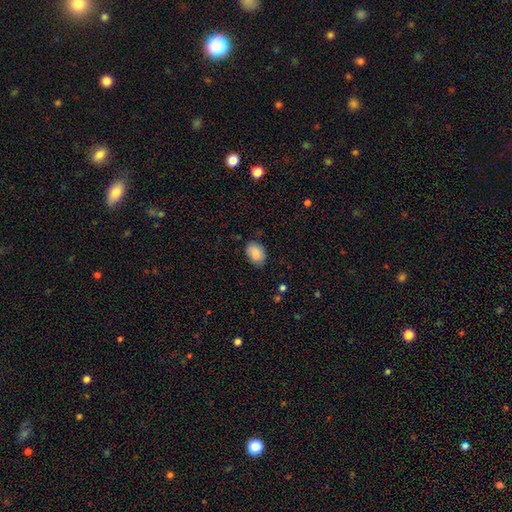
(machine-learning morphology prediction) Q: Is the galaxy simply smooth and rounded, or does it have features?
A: smooth — 84%.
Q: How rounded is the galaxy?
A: in between — 81%.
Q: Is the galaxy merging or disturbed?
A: none — 76%.